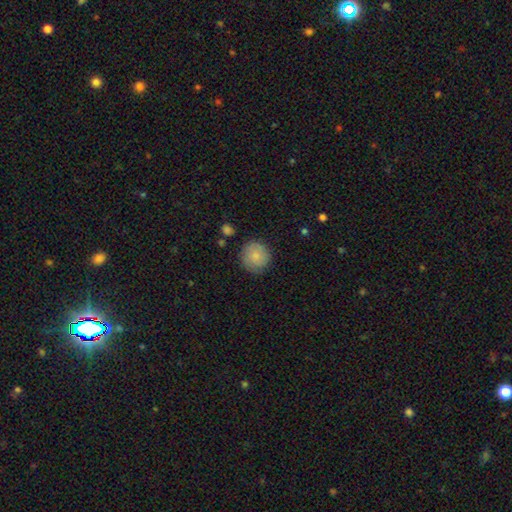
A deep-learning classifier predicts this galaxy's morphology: This is likely a smooth galaxy (80%). How rounded: clearly round (91%). Merging: clearly none (83%).